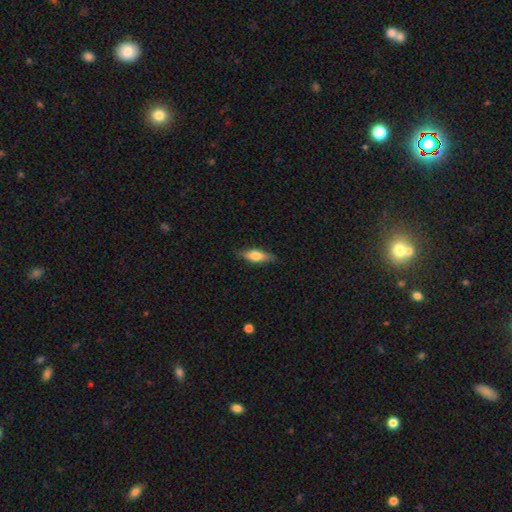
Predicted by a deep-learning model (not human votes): smooth_or_featured: smooth (p=0.66) [alt: featured or disk p=0.28]
how_rounded: in between (p=0.53) [alt: cigar-shaped p=0.44]
merging: none (p=0.82) [alt: minor disturbance p=0.14]